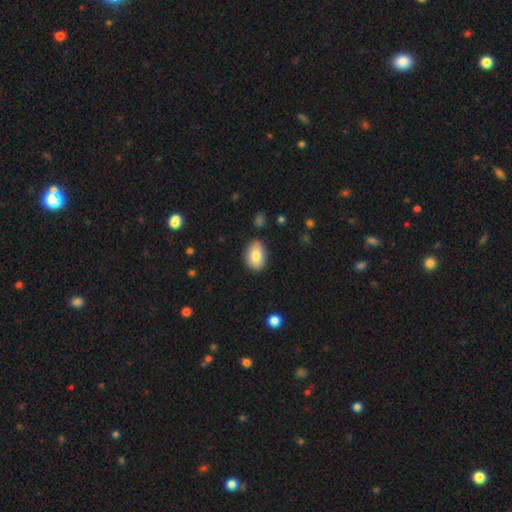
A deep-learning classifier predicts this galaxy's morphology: A smooth galaxy with no disk features (82%) that is in between round and cigar-shaped (83%).

Vote fractions:
- Smooth or featured? smooth: 82% / featured or disk: 11% / star or artifact: 7%
- How rounded? in between: 83% / round: 16% / cigar-shaped: 1%
- Merging? none: 82% / minor disturbance: 14% / major disturbance: 3% / merger: 2%